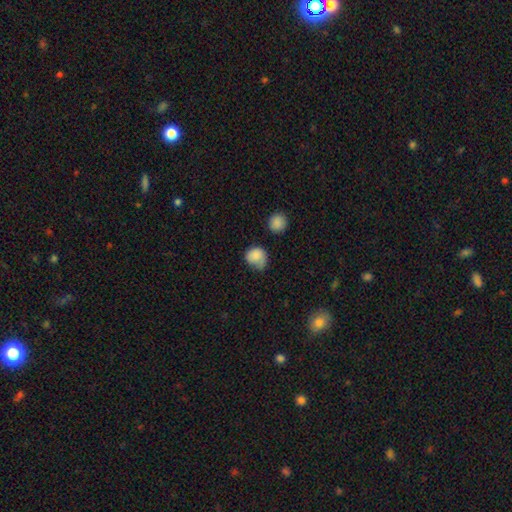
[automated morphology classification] Smooth or featured? Predicted: smooth (p=0.81). How rounded? Predicted: round (p=0.74). Merging? Predicted: none (p=0.48).